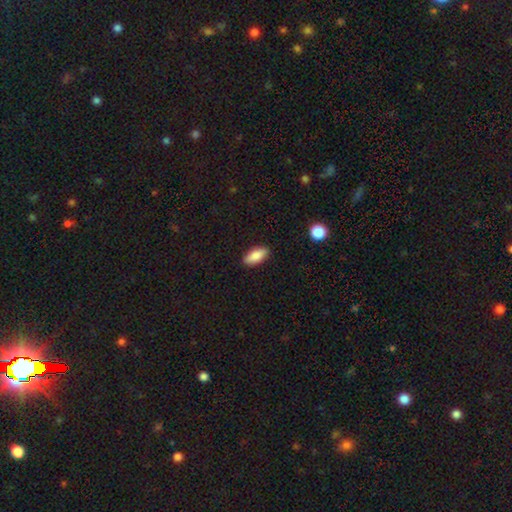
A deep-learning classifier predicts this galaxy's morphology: This is clearly a smooth galaxy (84%). How rounded: clearly in between (86%). Merging: clearly none (88%).